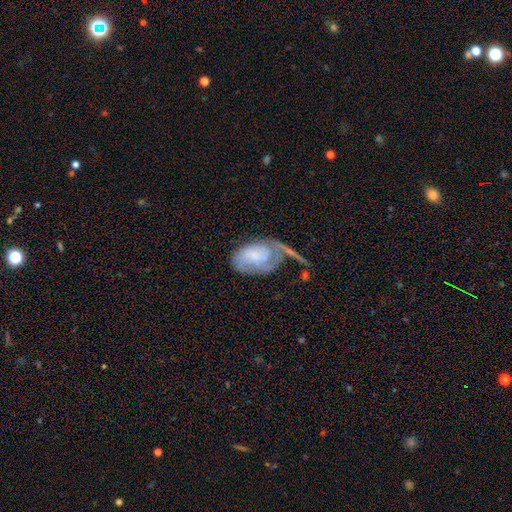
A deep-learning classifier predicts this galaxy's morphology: Q: Smooth or featured?
A: featured or disk (58%); runner-up: smooth (34%)
Q: Edge-on disk?
A: no (96%); runner-up: yes (4%)
Q: Bar?
A: no (63%); runner-up: weak (30%)
Q: Spiral arms?
A: yes (80%); runner-up: no (20%)
Q: Bulge size?
A: none (35%); tied with: small (35%)
Q: Merging?
A: none (32%); runner-up: major disturbance (30%)